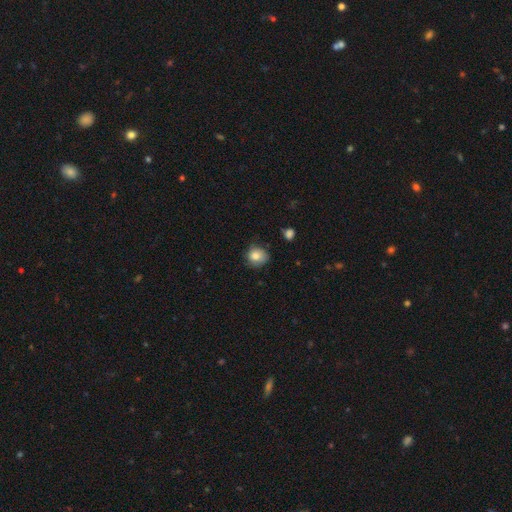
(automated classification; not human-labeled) This is likely a smooth galaxy (80%). How rounded: likely round (77%). Merging: likely none (65%).